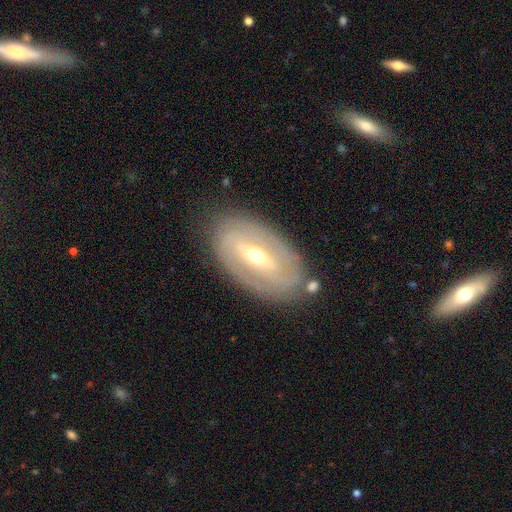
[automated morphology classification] smooth_or_featured: featured or disk (p=0.76) [alt: smooth p=0.18]
disk_edge_on: no (p=0.91) [alt: yes p=0.09]
bar: strong (p=0.49) [alt: weak p=0.35]
has_spiral_arms: yes (p=0.60) [alt: no p=0.40]
bulge_size: moderate (p=0.55) [alt: small p=0.42]
merging: none (p=0.81) [alt: minor disturbance p=0.13]